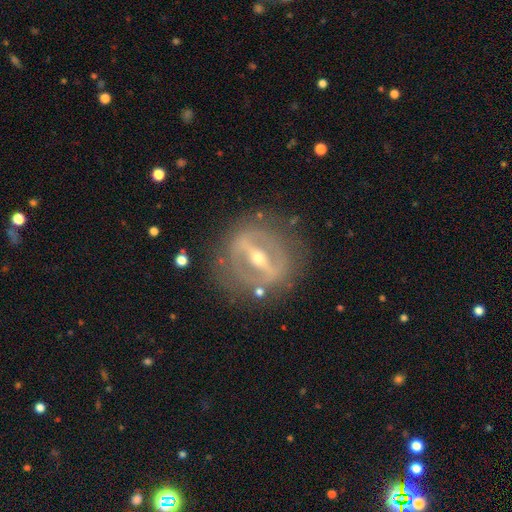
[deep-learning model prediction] Q: Smooth or featured?
A: featured or disk (85%); runner-up: smooth (9%)
Q: Edge-on disk?
A: no (79%); runner-up: yes (21%)
Q: Bar?
A: strong (82%); runner-up: weak (12%)
Q: Spiral arms?
A: no (65%); runner-up: yes (35%)
Q: Bulge size?
A: moderate (49%); runner-up: small (48%)
Q: Merging?
A: none (81%); runner-up: minor disturbance (11%)